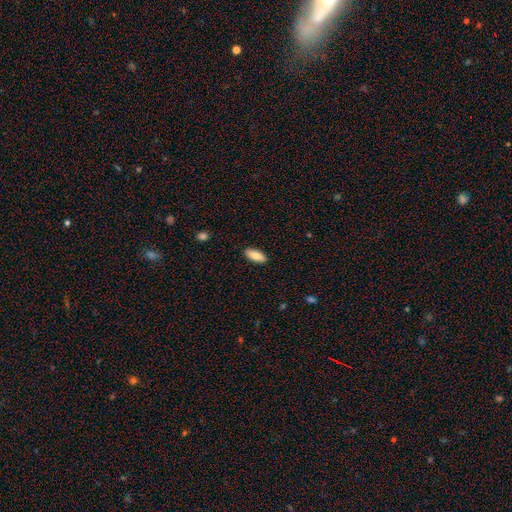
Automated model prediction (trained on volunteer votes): Morphology: type=smooth (84%); roundness=in between (82%); merging=none (90%).